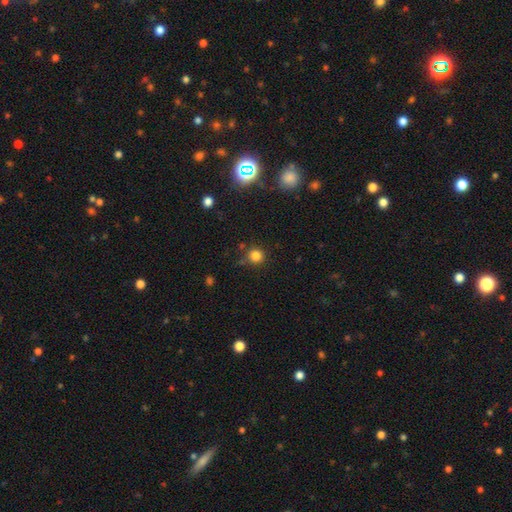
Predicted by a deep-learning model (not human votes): This is clearly a smooth galaxy (81%). How rounded: clearly round (93%). Merging: likely none (80%).